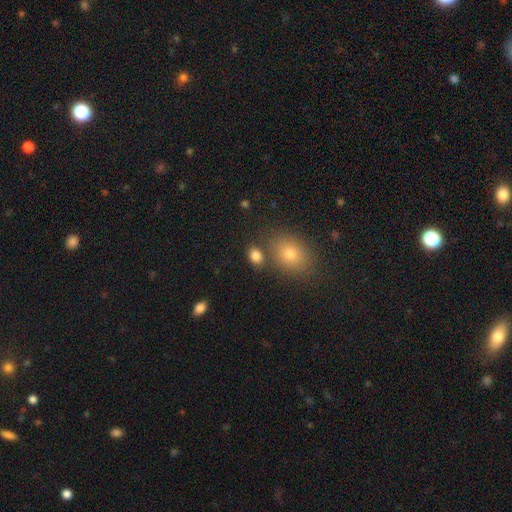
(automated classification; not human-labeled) smooth 82%, star or artifact 11%, featured or disk 7%. Down the decision tree: how rounded — in between (71%); merging — none (72%).